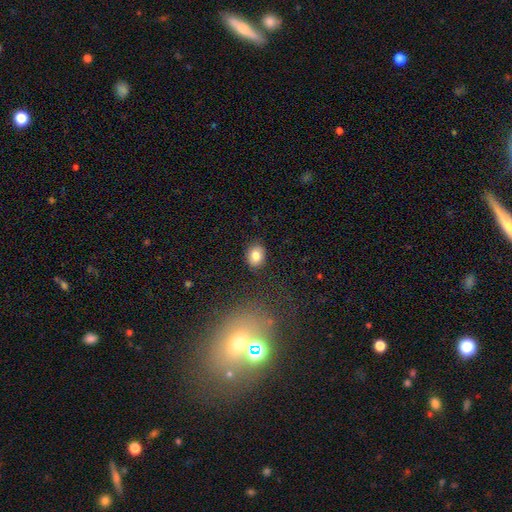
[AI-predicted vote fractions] Smooth or featured?
  - smooth: 82% *
  - star or artifact: 9%
  - featured or disk: 8%
How rounded?
  - in between: 51% *
  - round: 48%
  - cigar-shaped: 1%
Merging?
  - none: 87% *
  - minor disturbance: 9%
  - major disturbance: 2%
  - merger: 2%